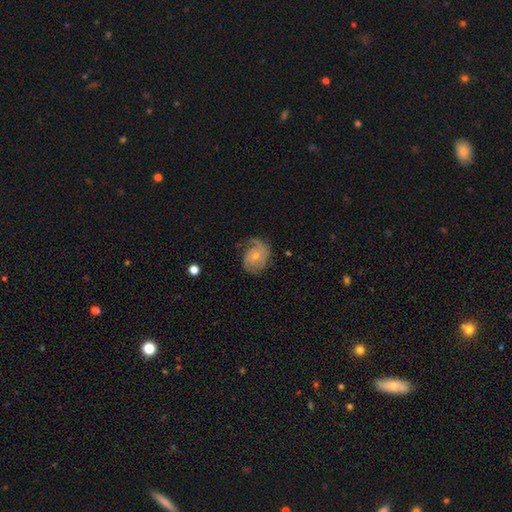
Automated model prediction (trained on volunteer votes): Q: Smooth or featured?
A: featured or disk (76%); runner-up: smooth (18%)
Q: Edge-on disk?
A: no (98%); runner-up: yes (2%)
Q: Bar?
A: no (72%); runner-up: weak (24%)
Q: Spiral arms?
A: yes (94%); runner-up: no (6%)
Q: Spiral winding?
A: tight (41%); runner-up: medium (40%)
Q: Spiral arm count?
A: 2 (49%); runner-up: can't tell (19%)
Q: Bulge size?
A: small (65%); runner-up: moderate (30%)
Q: Merging?
A: none (64%); runner-up: minor disturbance (23%)